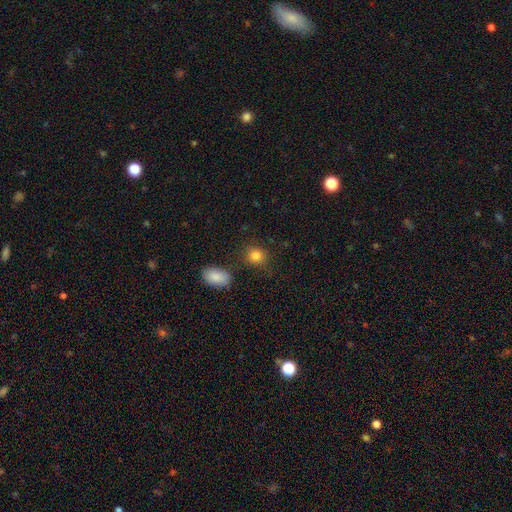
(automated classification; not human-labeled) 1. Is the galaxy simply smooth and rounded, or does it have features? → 85% smooth, 10% star or artifact, 5% featured or disk.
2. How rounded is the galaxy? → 74% round, 25% in between, 1% cigar-shaped.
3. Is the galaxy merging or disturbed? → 80% none, 11% minor disturbance, 5% merger, 4% major disturbance.